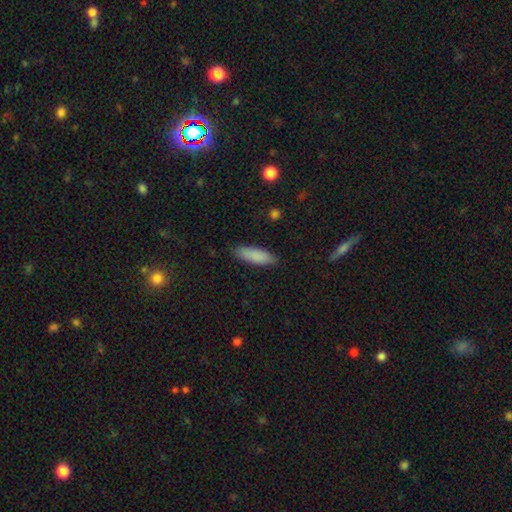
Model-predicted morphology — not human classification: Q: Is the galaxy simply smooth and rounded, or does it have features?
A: smooth — 87%.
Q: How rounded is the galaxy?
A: in between — 53%.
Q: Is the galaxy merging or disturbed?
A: none — 86%.